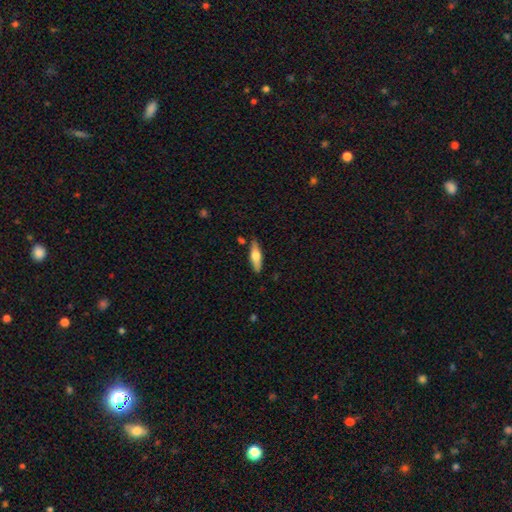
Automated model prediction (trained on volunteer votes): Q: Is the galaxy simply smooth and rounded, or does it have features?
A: smooth — 53%.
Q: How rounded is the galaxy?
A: cigar-shaped — 58%.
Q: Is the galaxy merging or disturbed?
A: none — 83%.